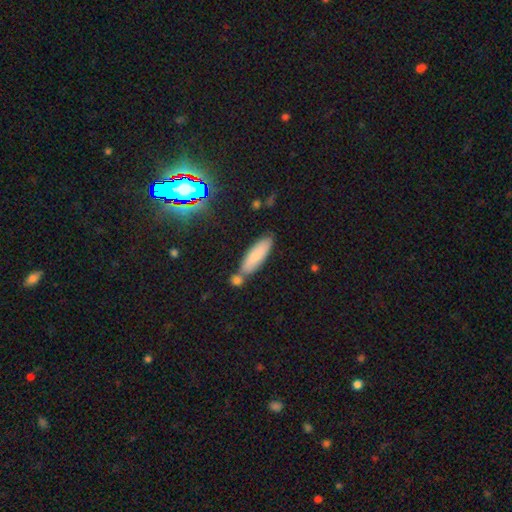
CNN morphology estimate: The model was most divided on "how rounded": cigar-shaped: 51%, in between: 47%, round: 2%. More confident: smooth or featured — smooth (77%); merging — none (67%).